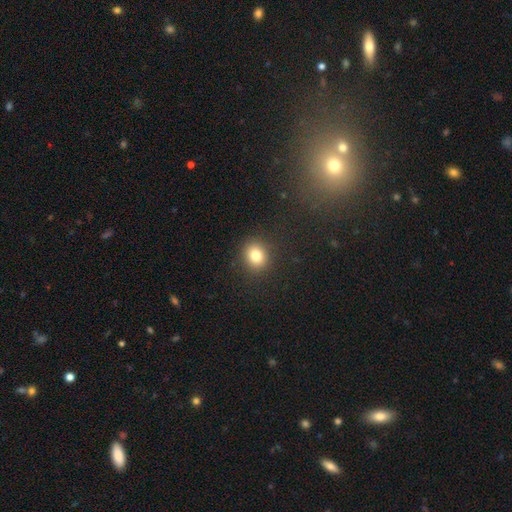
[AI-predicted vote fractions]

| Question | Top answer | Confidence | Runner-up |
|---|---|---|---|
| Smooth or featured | smooth | 81% | star or artifact (12%) |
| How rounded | round | 72% | in between (27%) |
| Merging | none | 88% | minor disturbance (7%) |